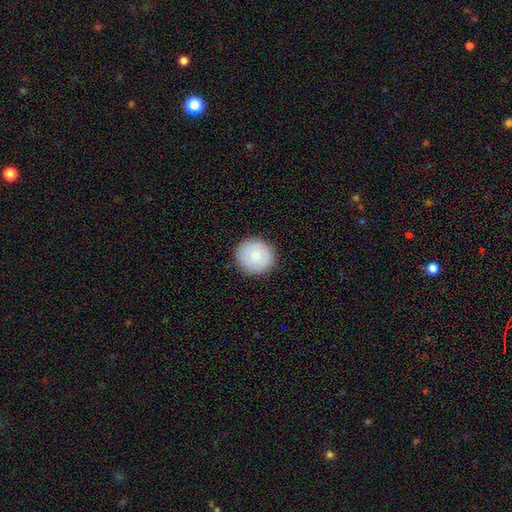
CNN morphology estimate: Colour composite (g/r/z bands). It shows a smooth galaxy with no disk features (79%) that is round (92%). Merging: none (88%).